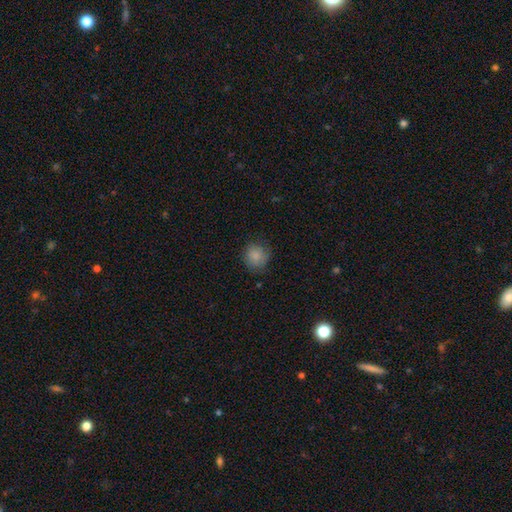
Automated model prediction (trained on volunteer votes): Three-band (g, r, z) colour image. It shows a smooth galaxy with no disk features (82%) that is round (84%). Merging: none (70%).